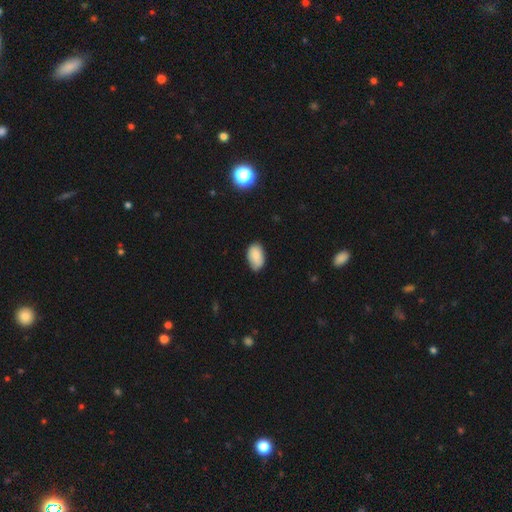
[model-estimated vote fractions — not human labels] Overall: smooth (83%). How rounded: in between (93%). Merging: none (71%).